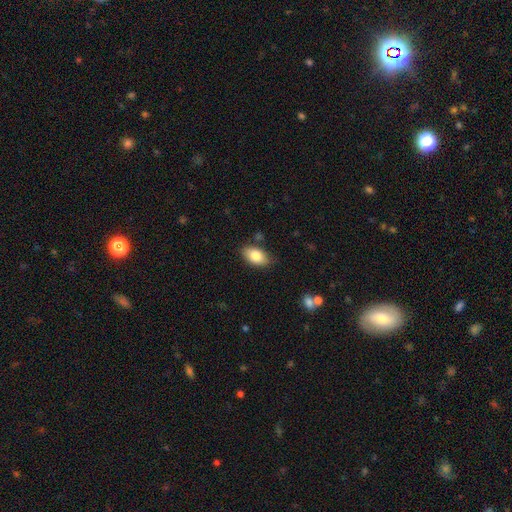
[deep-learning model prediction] This is clearly a smooth galaxy (83%). How rounded: clearly in between (92%). Merging: likely none (78%).